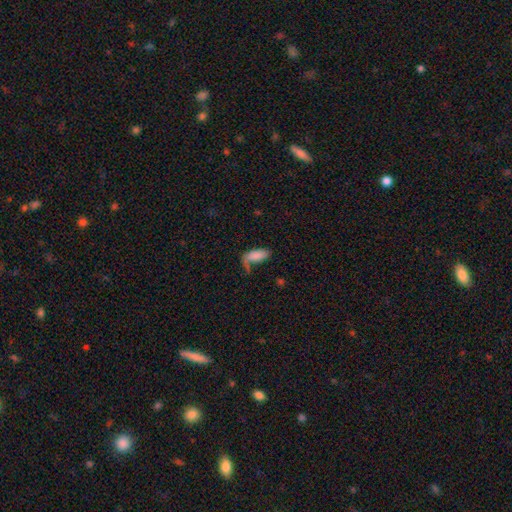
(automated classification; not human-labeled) Smooth or featured? smooth (81%)
How rounded? in between (82%)
Merging? none (45%)